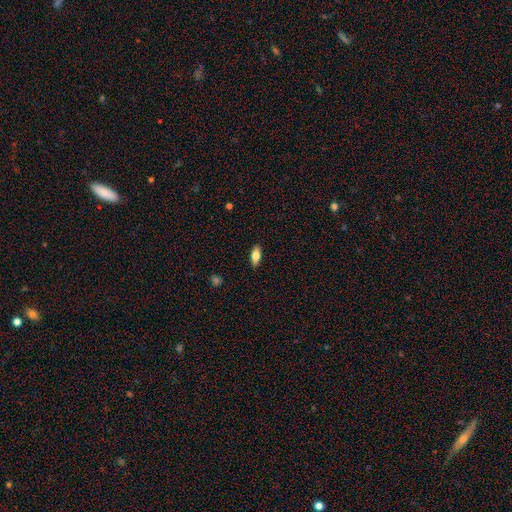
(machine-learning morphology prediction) Q: Smooth or featured?
A: smooth (75%); runner-up: featured or disk (18%)
Q: How rounded?
A: in between (79%); runner-up: cigar-shaped (18%)
Q: Merging?
A: none (89%); runner-up: minor disturbance (9%)